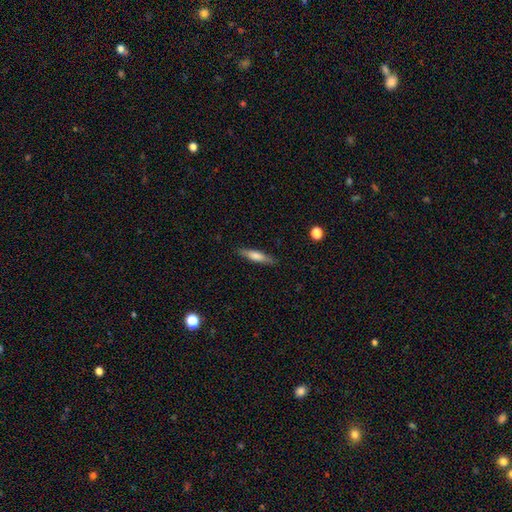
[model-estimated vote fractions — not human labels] Smooth or featured? Predicted: smooth (p=0.62). How rounded? Predicted: cigar-shaped (p=0.82). Merging? Predicted: none (p=0.87).